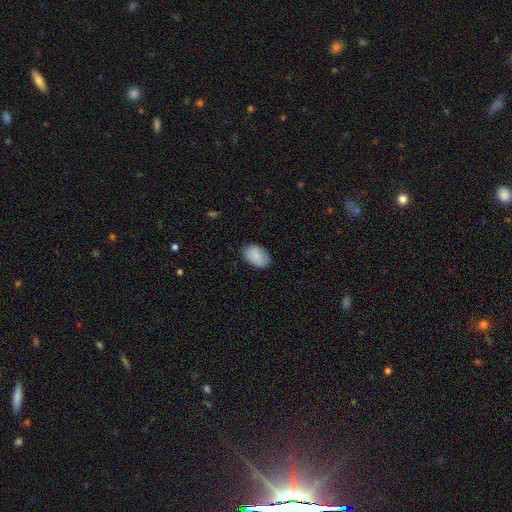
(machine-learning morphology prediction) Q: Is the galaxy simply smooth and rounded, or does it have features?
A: smooth — 85%.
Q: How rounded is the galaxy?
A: in between — 89%.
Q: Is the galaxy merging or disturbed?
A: none — 81%.